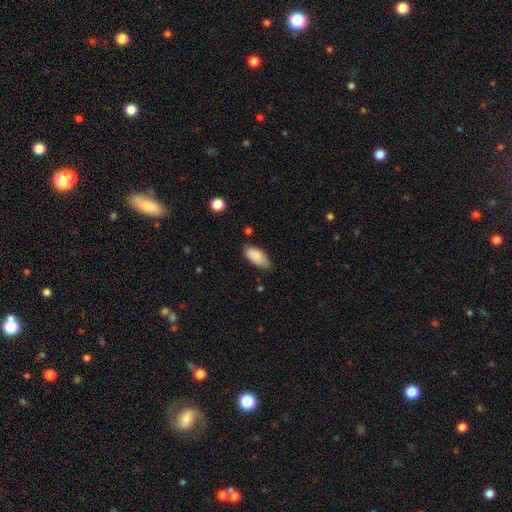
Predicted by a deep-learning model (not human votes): The model was most divided on "merging": none: 70%, minor disturbance: 24%, major disturbance: 4%, merger: 2%. More confident: how rounded — in between (90%); smooth or featured — smooth (88%).